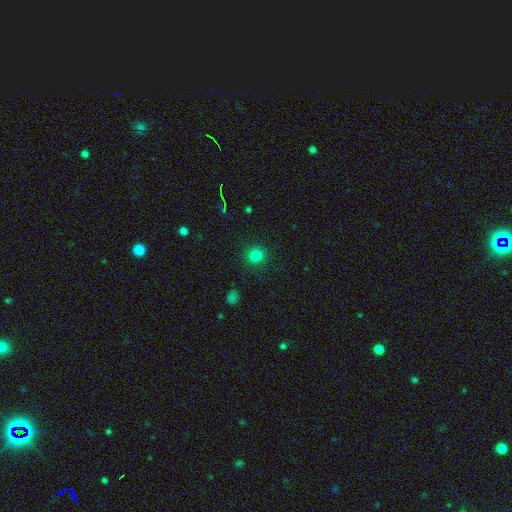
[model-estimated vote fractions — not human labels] This is clearly a smooth galaxy (81%). How rounded: clearly round (90%). Merging: clearly none (90%).